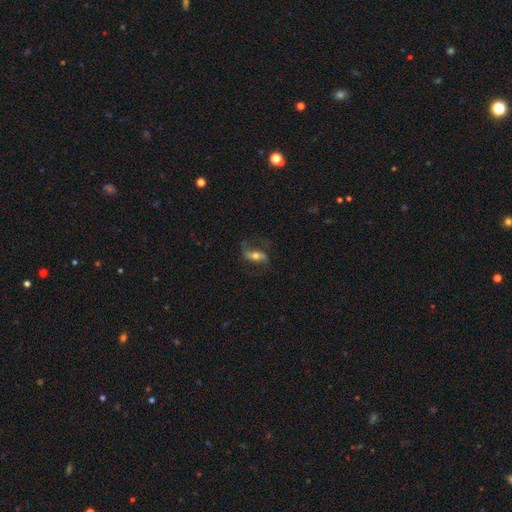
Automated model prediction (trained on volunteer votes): This is likely a featured or disk galaxy (70%). It is clearly not viewed edge-on (86%). Bar: possibly strong (46%). Spiral arm pattern: clearly yes (88%). Spiral arm count: clearly 2 (89%). Spiral winding: likely loose (65%). Central bulge: likely moderate (64%). Merging: likely none (69%).